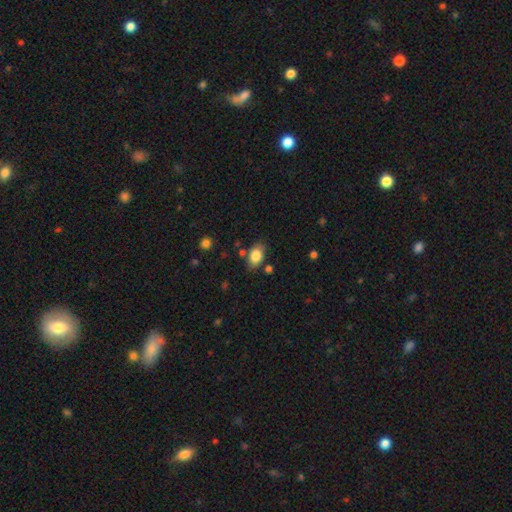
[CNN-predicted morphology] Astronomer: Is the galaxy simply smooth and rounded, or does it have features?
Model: smooth — 83%.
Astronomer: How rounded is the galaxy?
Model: in between — 86%.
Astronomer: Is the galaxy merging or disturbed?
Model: none — 77%.